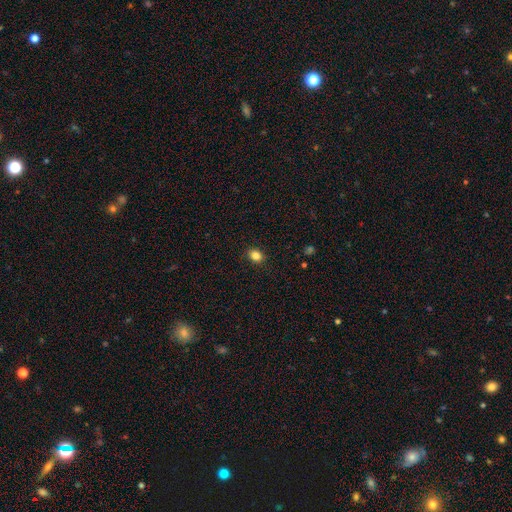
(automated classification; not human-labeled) smooth-or-featured: smooth: 84% | star or artifact: 11% | featured or disk: 5%
  how-rounded: round: 50% | in between: 49% | cigar-shaped: 1%
  merging: none: 89% | minor disturbance: 8% | major disturbance: 2% | merger: 1%